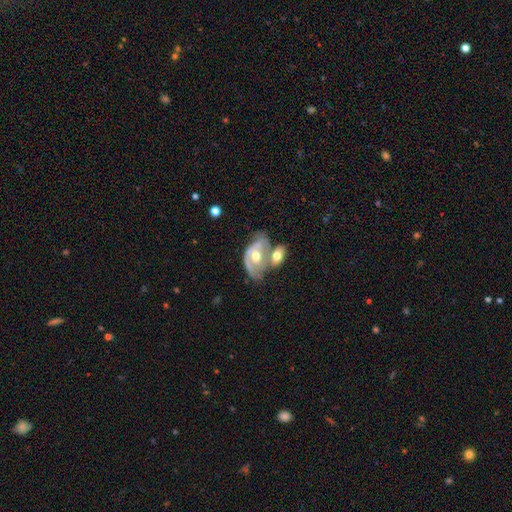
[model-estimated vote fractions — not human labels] This is likely a featured or disk galaxy (73%). It is clearly not viewed edge-on (95%). Bar: likely no (66%). Spiral arm pattern: likely yes (71%). Central bulge: likely moderate (75%). Merging: possibly merger (51%).